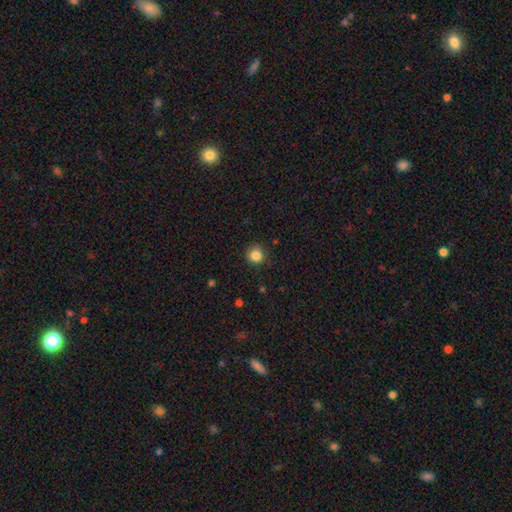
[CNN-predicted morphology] Q: Smooth or featured?
A: smooth (84%); runner-up: star or artifact (11%)
Q: How rounded?
A: round (92%); runner-up: in between (7%)
Q: Merging?
A: none (86%); runner-up: minor disturbance (10%)